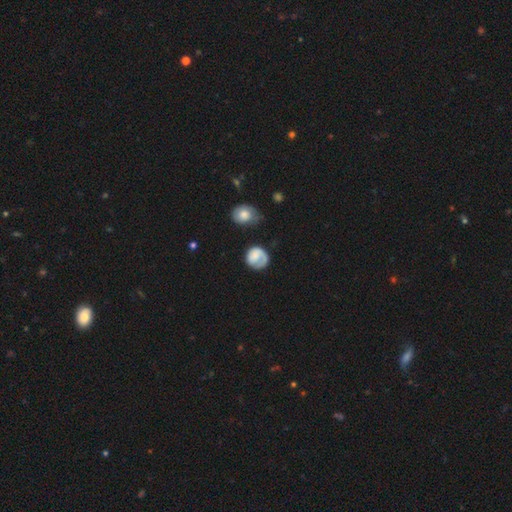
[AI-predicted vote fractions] A smooth galaxy with no disk features (59%) that is round (80%).

Vote fractions:
- Smooth or featured? smooth: 59% / featured or disk: 35% / star or artifact: 7%
- How rounded? round: 80% / in between: 19% / cigar-shaped: 1%
- Merging? none: 53% / minor disturbance: 25% / major disturbance: 19% / merger: 4%